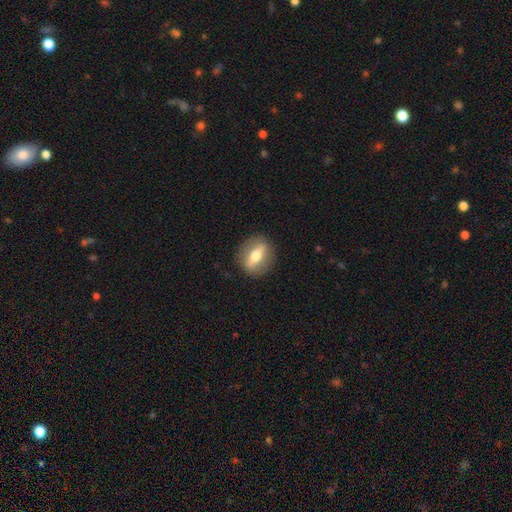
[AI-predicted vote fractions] This appears to be a featured or disk galaxy (56%). Merging: none (88%).